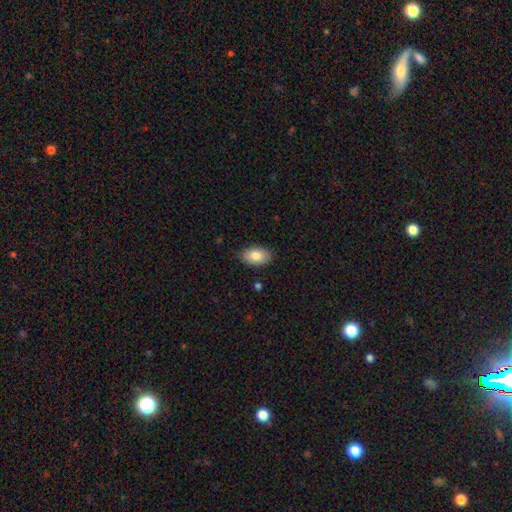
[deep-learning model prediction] Smooth or featured: smooth — 83% (featured or disk — 10%)
How rounded: in between — 92% (round — 6%)
Merging: none — 84% (minor disturbance — 12%)